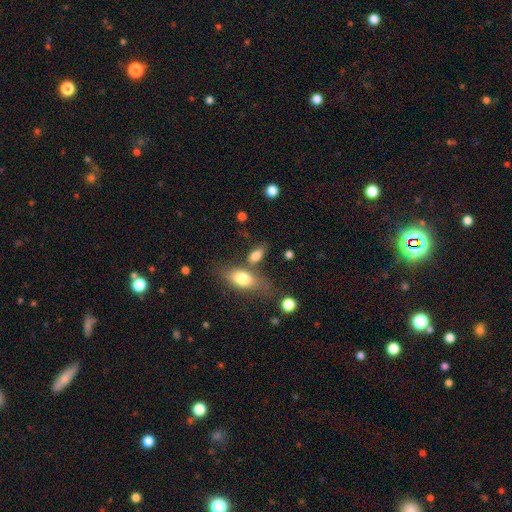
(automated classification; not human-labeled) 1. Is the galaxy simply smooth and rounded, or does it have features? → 79% smooth, 12% featured or disk, 9% star or artifact.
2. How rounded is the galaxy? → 81% in between, 11% cigar-shaped, 9% round.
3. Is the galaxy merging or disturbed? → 56% none, 22% merger, 15% minor disturbance, 7% major disturbance.